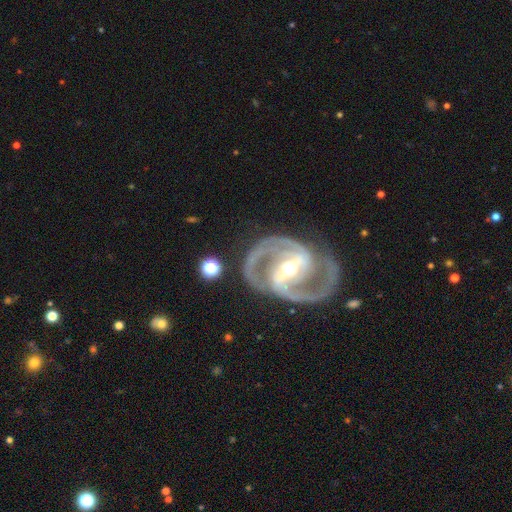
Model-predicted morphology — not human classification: This is clearly a featured or disk galaxy (93%). It is clearly not viewed edge-on (97%). Bar: likely strong (67%). Spiral arm pattern: clearly yes (98%). Spiral arm count: clearly 2 (88%). Spiral winding: possibly medium (56%). Central bulge: likely moderate (62%). Merging: likely none (77%).